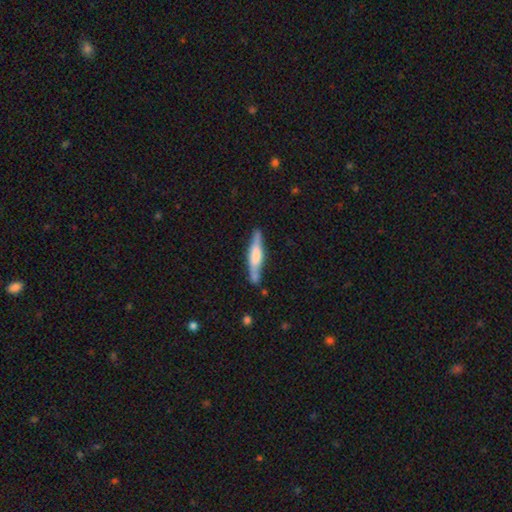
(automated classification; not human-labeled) Overall: featured or disk (54%; smooth 40%). Edge-on disk: yes (92%). Merging: none (81%).